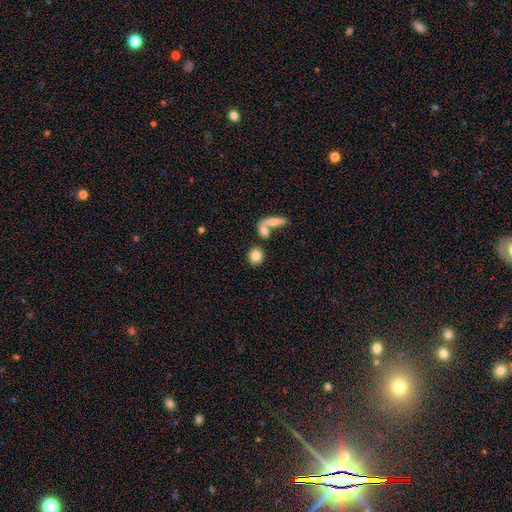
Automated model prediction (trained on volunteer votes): Smooth or featured: smooth — 81% (featured or disk — 10%)
How rounded: round — 79% (in between — 19%)
Merging: none — 72% (merger — 17%)